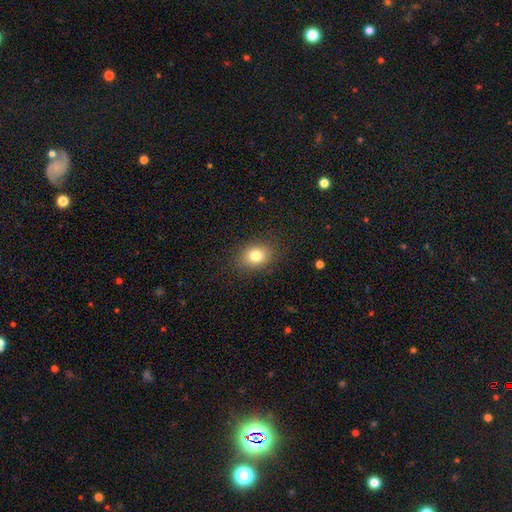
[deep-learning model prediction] A smooth galaxy with no disk features (80%) that is in between round and cigar-shaped (56%). Merging: none (86%).